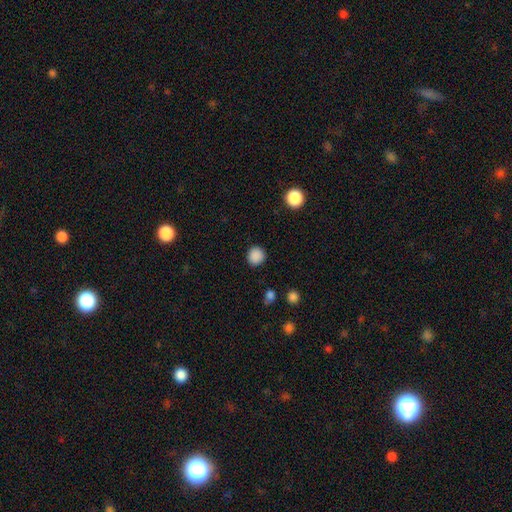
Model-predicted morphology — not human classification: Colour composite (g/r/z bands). It shows a smooth galaxy with no disk features (87%) that is round (90%). Merging: none (90%).